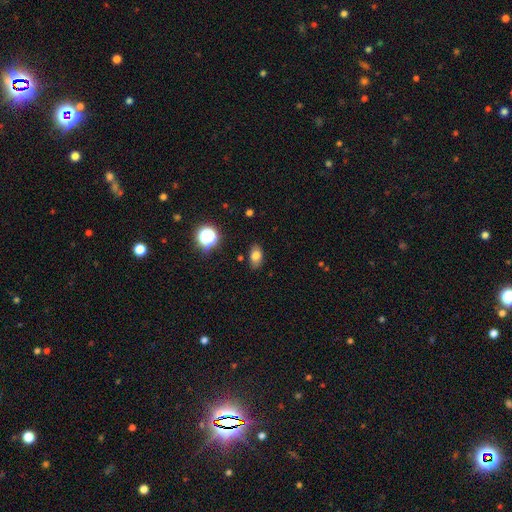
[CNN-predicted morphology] Smooth or featured? smooth (78%)
How rounded? in between (85%)
Merging? none (83%)